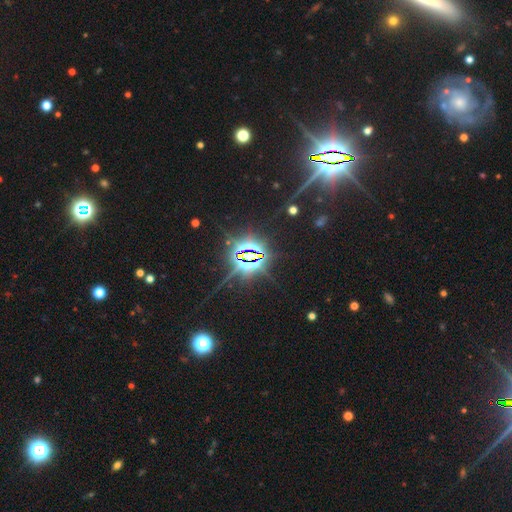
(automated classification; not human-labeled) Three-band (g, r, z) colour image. It shows a star or artifact, not a galaxy (84%).